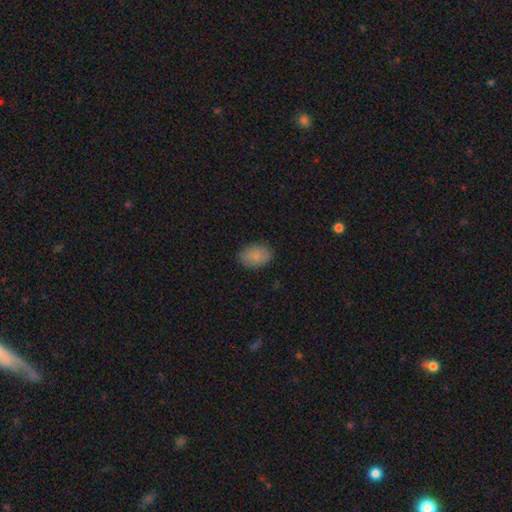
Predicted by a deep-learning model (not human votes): Smooth or featured?
  - smooth: 86% *
  - star or artifact: 8%
  - featured or disk: 6%
How rounded?
  - in between: 82% *
  - round: 17%
  - cigar-shaped: 1%
Merging?
  - none: 87% *
  - minor disturbance: 10%
  - major disturbance: 2%
  - merger: 1%